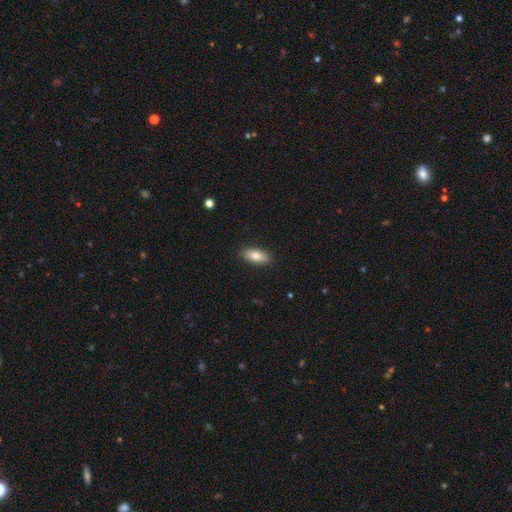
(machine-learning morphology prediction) Smooth or featured: smooth — 84% (featured or disk — 10%)
How rounded: in between — 82% (cigar-shaped — 15%)
Merging: none — 88% (minor disturbance — 9%)